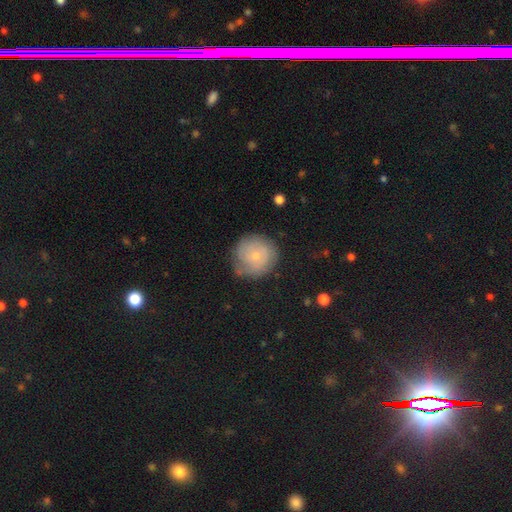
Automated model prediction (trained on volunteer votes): Smooth or featured: smooth — 51% (featured or disk — 41%)
How rounded: round — 92% (in between — 7%)
Merging: none — 70% (minor disturbance — 21%)